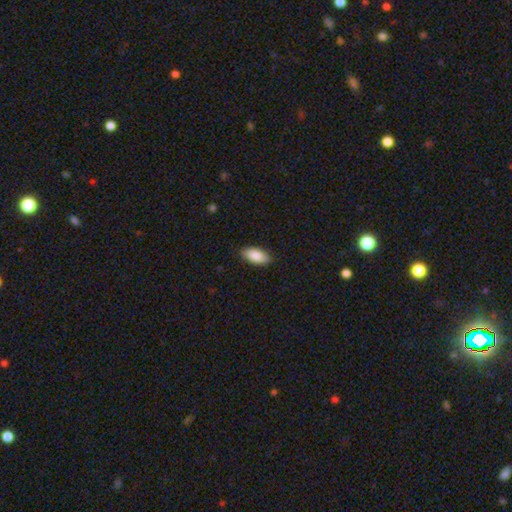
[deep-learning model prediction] smooth 88%, star or artifact 6%, featured or disk 6%. Down the decision tree: how rounded — in between (92%); merging — none (88%).